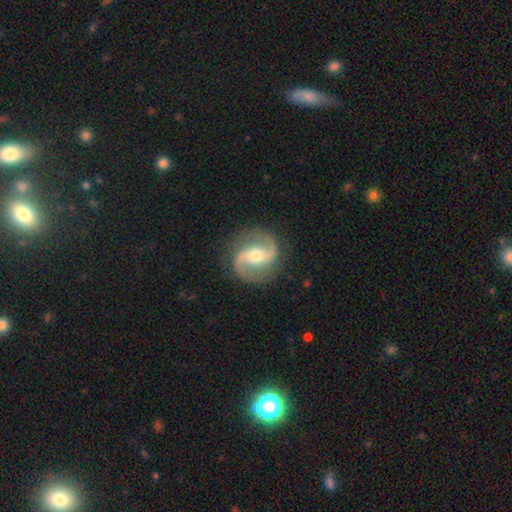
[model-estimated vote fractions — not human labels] Overall: featured or disk (90%). Edge-on disk: no (98%). Bar: weak (41%; strong 30%). Spiral arms: yes (97%). Spiral arm count: 2 (94%). Spiral winding: medium (51%; loose 36%). Bulge size: moderate (65%; small 28%). Merging: none (87%).